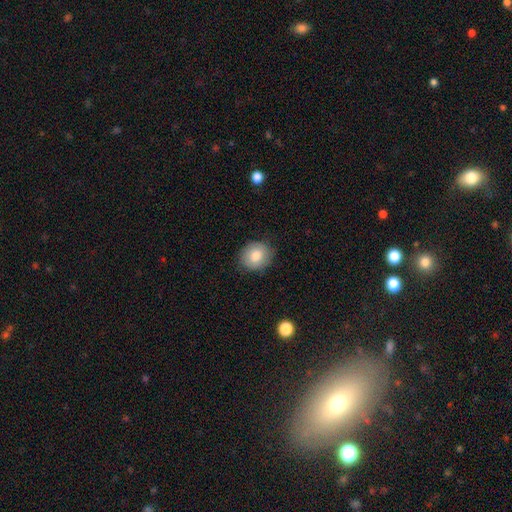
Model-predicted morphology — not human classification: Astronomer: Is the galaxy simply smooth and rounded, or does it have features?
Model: smooth — 80%.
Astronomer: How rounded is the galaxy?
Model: round — 71%.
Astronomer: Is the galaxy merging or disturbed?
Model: none — 85%.